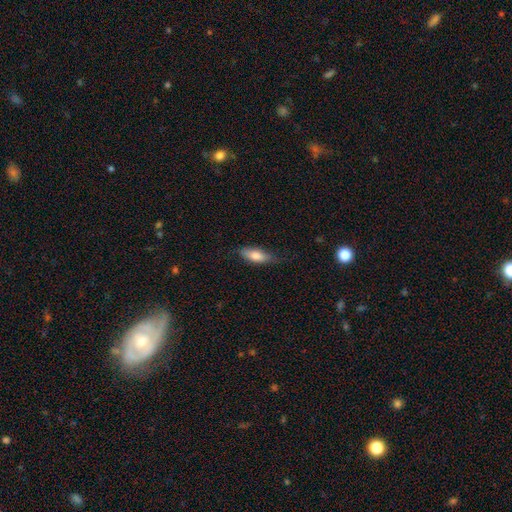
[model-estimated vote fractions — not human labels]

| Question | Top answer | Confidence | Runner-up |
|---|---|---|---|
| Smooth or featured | smooth | 75% | featured or disk (19%) |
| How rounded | in between | 68% | cigar-shaped (30%) |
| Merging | none | 72% | minor disturbance (22%) |